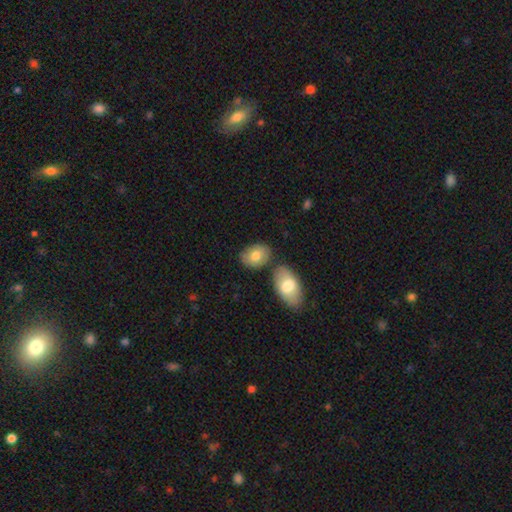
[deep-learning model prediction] This appears to be a smooth galaxy with no disk features (78%) that is in between round and cigar-shaped (78%). Merging: none (69%).